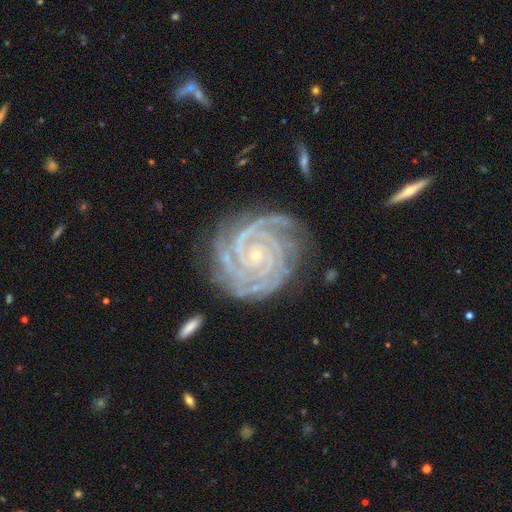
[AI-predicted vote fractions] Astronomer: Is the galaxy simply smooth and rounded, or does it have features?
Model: featured or disk — 93%.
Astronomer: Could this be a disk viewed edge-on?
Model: no — 98%.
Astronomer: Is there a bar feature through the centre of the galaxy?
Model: no — 77%.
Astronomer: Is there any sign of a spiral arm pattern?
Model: yes — 99%.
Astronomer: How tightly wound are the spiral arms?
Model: tight — 87%.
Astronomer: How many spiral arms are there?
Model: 3 — 27% (runner-up: 4, 22%).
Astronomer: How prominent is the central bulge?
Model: small — 86%.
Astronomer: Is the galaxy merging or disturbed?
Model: none — 75%.